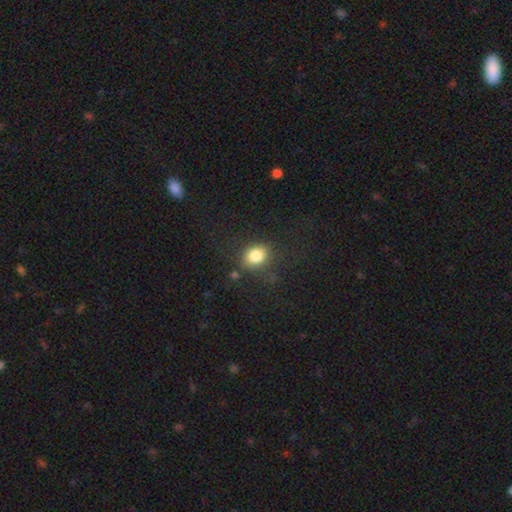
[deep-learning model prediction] Q: Smooth or featured?
A: smooth (82%); runner-up: star or artifact (11%)
Q: How rounded?
A: in between (52%); runner-up: round (47%)
Q: Merging?
A: none (74%); runner-up: minor disturbance (16%)